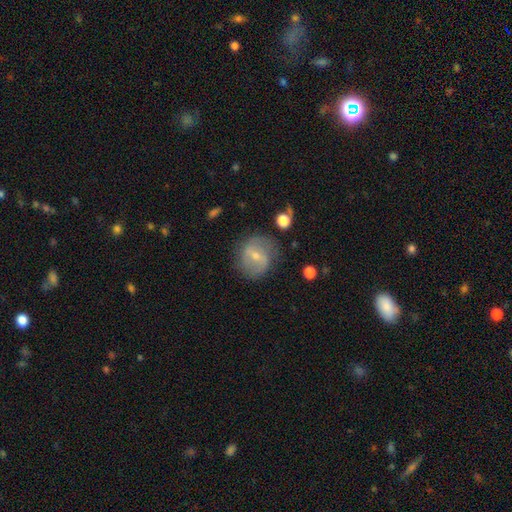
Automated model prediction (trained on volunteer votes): A featured or disk galaxy (58%) with a weak bar (50%), spiral arms (73%) and a small central bulge (57%).

Vote fractions:
- Smooth or featured? featured or disk: 58% / smooth: 34% / star or artifact: 8%
- Edge-on disk? no: 96% / yes: 4%
- Bar? weak: 50% / strong: 28% / no: 22%
- Spiral arms? yes: 73% / no: 27%
- Bulge size? small: 57% / moderate: 38% / none: 3% / large: 2% / dominant: 1%
- Merging? none: 72% / minor disturbance: 18% / major disturbance: 8% / merger: 2%